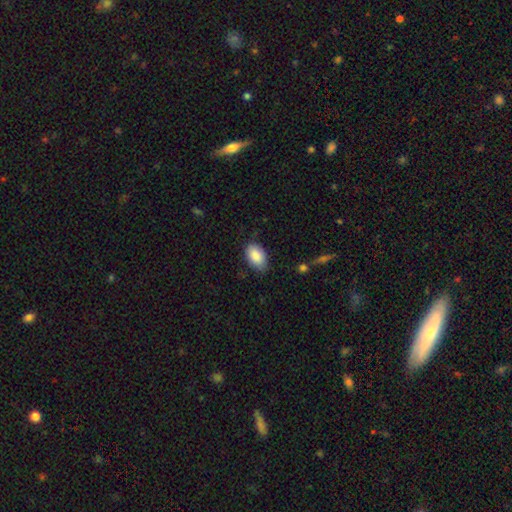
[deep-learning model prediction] smooth_or_featured: smooth (p=0.88) [alt: star or artifact p=0.07]
how_rounded: in between (p=0.92) [alt: round p=0.07]
merging: none (p=0.77) [alt: minor disturbance p=0.18]